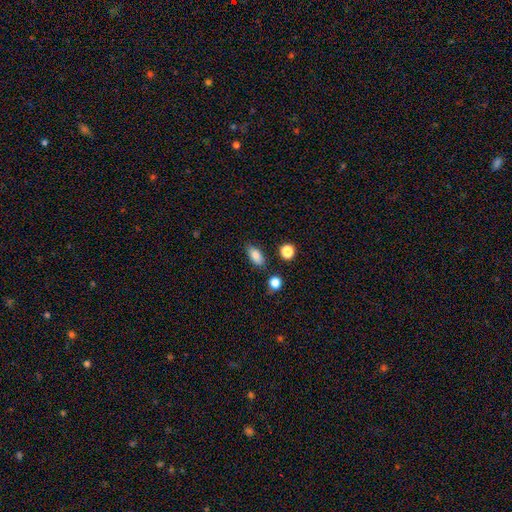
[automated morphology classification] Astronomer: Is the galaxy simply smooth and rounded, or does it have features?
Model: smooth — 84%.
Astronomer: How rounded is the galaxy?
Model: in between — 84%.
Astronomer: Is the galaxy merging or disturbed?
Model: none — 80%.